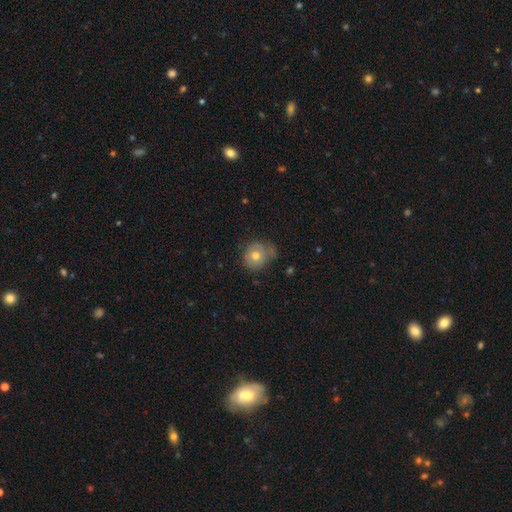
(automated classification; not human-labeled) smooth-or-featured: smooth: 67% | featured or disk: 25% | star or artifact: 8%
  how-rounded: round: 73% | in between: 26% | cigar-shaped: 1%
  merging: none: 54% | minor disturbance: 31% | major disturbance: 12% | merger: 3%